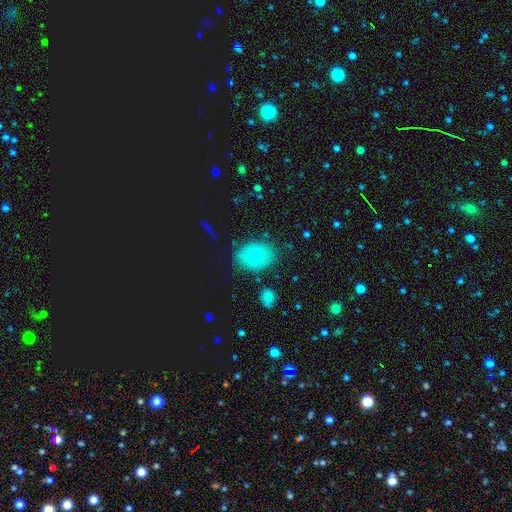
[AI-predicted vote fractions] Smooth or featured? Predicted: smooth (p=0.62). How rounded? Predicted: in between (p=0.64). Merging? Predicted: none (p=0.80).